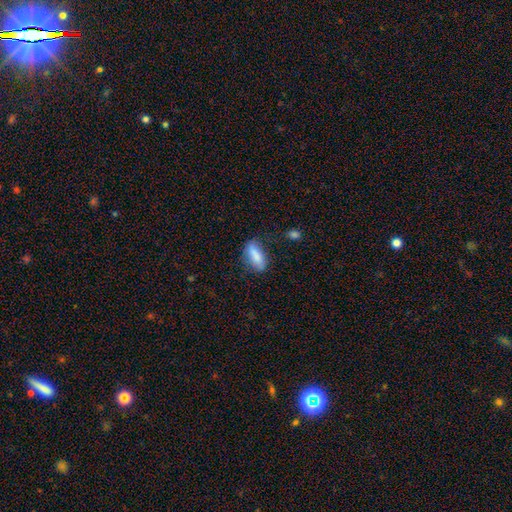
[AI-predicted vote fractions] smooth-or-featured: smooth: 81% | featured or disk: 12% | star or artifact: 7%
  how-rounded: in between: 74% | cigar-shaped: 23% | round: 3%
  merging: none: 67% | minor disturbance: 22% | major disturbance: 8% | merger: 3%